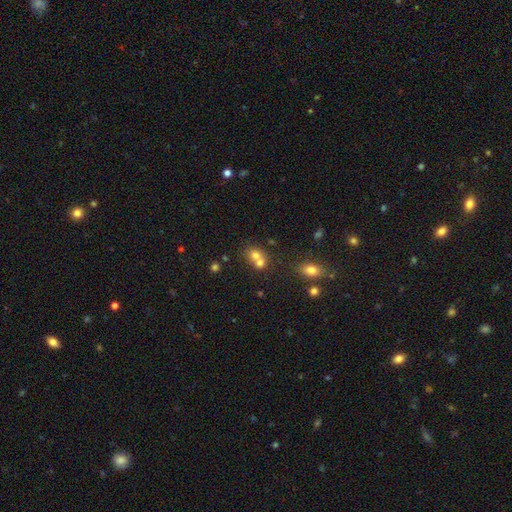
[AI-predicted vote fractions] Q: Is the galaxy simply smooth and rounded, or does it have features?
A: smooth — 70%.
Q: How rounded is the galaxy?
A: round — 68%.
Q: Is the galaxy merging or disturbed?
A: merger — 59%.